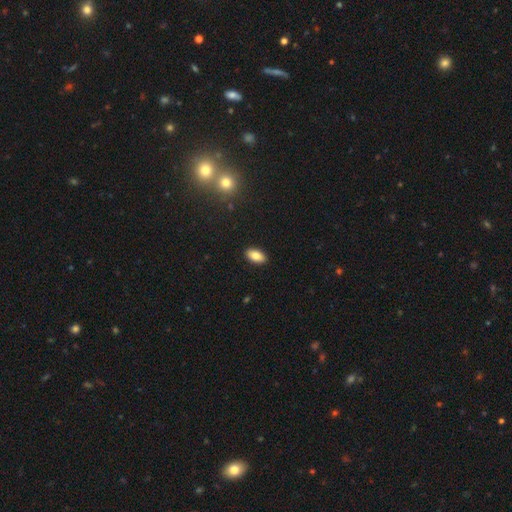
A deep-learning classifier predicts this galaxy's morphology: smooth 83%, featured or disk 9%, star or artifact 8%. Down the decision tree: how rounded — in between (93%); merging — none (90%).